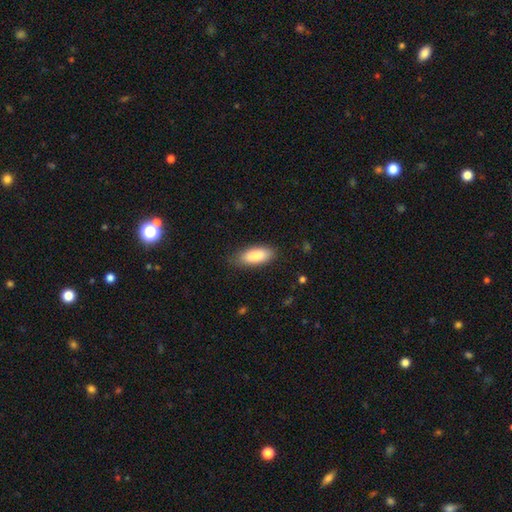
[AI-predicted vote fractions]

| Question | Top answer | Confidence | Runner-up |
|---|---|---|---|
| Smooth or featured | smooth | 86% | featured or disk (8%) |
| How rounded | in between | 80% | cigar-shaped (19%) |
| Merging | none | 82% | minor disturbance (14%) |